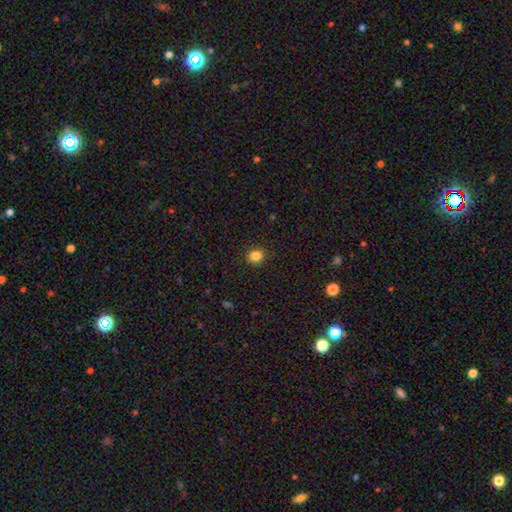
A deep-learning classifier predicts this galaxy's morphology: smooth_or_featured: smooth (p=0.85) [alt: star or artifact p=0.11]
how_rounded: round (p=0.81) [alt: in between p=0.18]
merging: none (p=0.91) [alt: minor disturbance p=0.06]